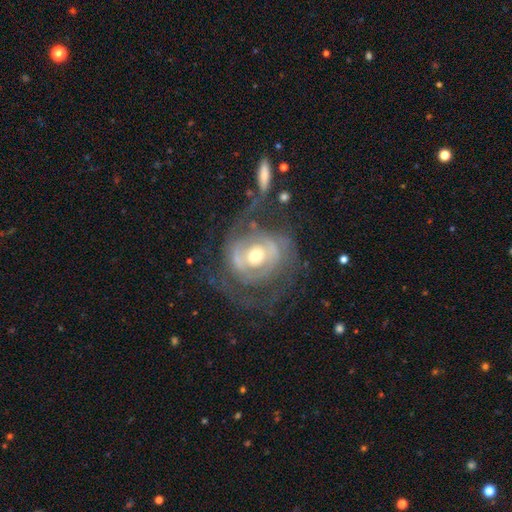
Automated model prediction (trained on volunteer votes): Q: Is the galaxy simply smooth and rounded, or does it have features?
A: featured or disk — 79%.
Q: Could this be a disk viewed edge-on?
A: no — 96%.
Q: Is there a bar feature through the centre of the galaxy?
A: no — 66%.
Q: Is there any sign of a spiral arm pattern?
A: yes — 73%.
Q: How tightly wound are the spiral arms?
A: tight — 57%.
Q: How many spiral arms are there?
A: can't tell — 39%.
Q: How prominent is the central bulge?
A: moderate — 60%.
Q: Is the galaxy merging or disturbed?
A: none — 49%.